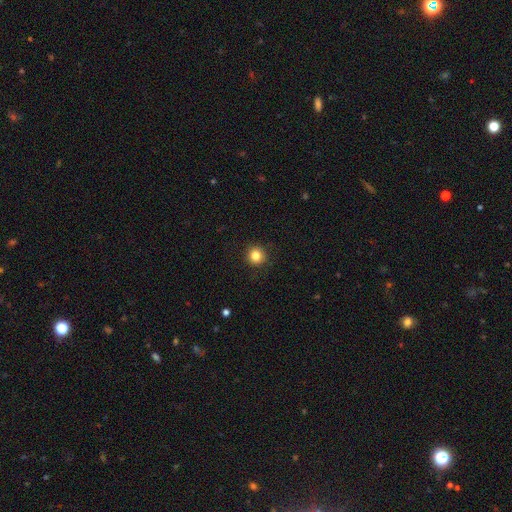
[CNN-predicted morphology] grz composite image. It shows a smooth galaxy with no disk features (83%) that is round (95%). Merging: none (92%).